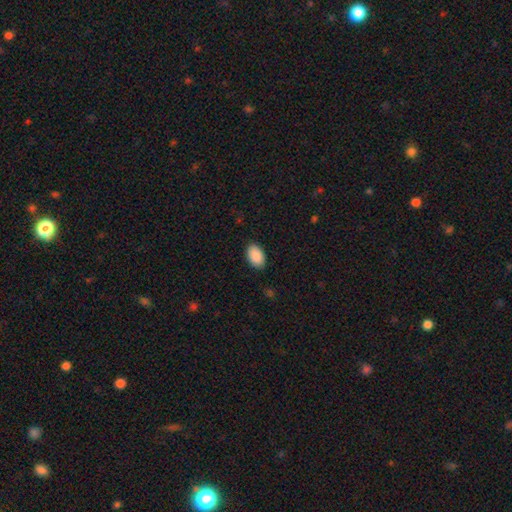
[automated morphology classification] Smooth or featured? smooth (91%)
How rounded? in between (93%)
Merging? none (88%)